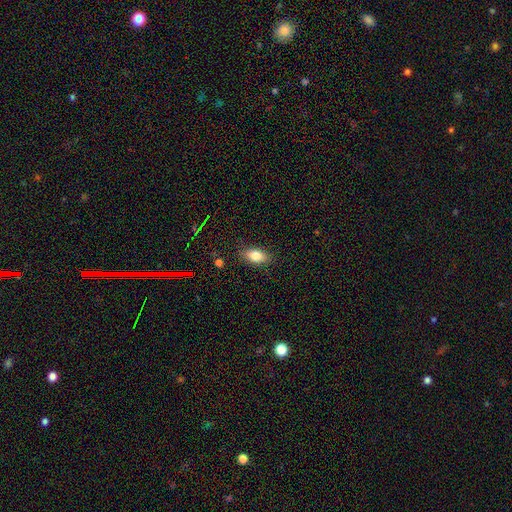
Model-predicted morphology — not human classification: type=smooth (78%); roundness=in between (85%); merging=none (86%).